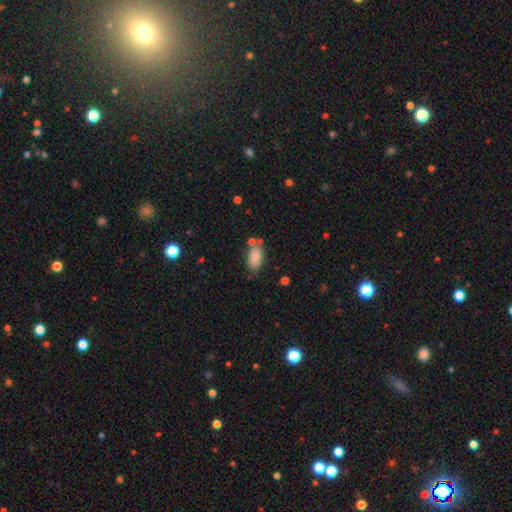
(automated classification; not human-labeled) Smooth or featured? Predicted: smooth (p=0.87). How rounded? Predicted: in between (p=0.92). Merging? Predicted: none (p=0.68).